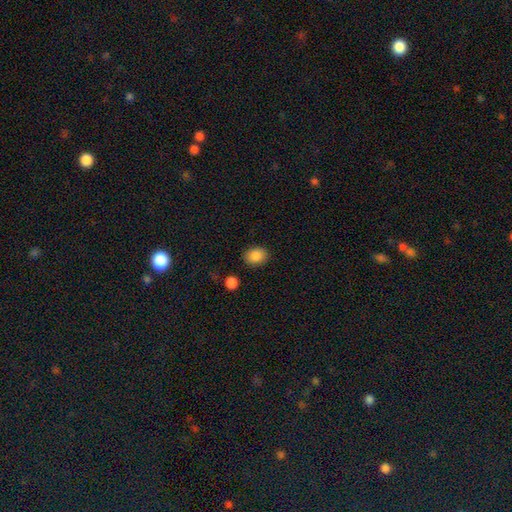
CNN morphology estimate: The model was most divided on "how rounded": in between: 53%, round: 46%, cigar-shaped: 1%. More confident: smooth or featured — smooth (87%); merging — none (86%).